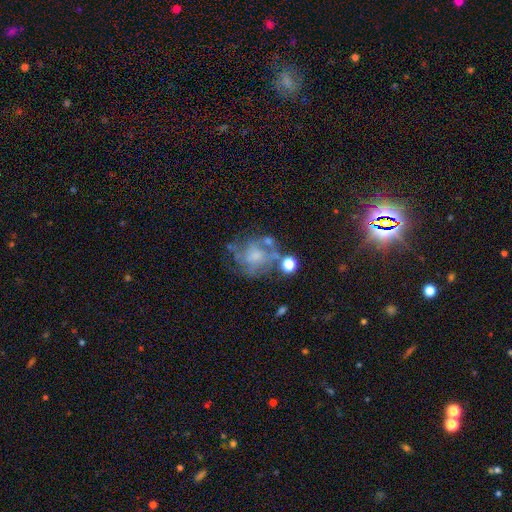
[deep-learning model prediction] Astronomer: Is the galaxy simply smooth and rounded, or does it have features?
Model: featured or disk — 59%.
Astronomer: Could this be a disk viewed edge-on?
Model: no — 97%.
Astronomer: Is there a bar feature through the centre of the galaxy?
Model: no — 76%.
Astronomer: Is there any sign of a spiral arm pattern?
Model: yes — 57% (runner-up: no, 43%).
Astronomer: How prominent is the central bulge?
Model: small — 44% (runner-up: moderate, 30%).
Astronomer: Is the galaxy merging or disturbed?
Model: none — 45% (runner-up: major disturbance, 23%).